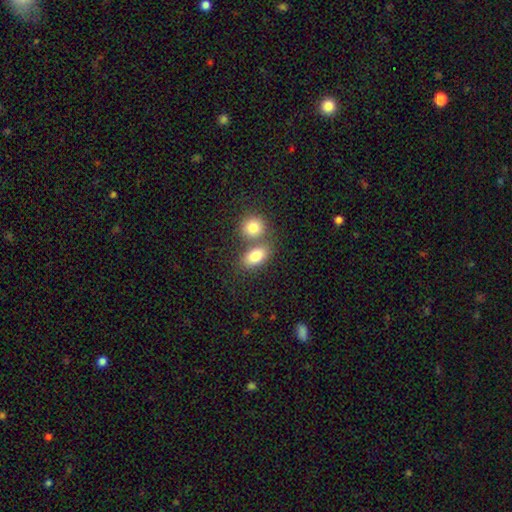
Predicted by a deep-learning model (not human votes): The model was most divided on "merging": none: 47%, merger: 40%, minor disturbance: 9%, major disturbance: 3%. More confident: smooth or featured — smooth (82%); how rounded — in between (80%).